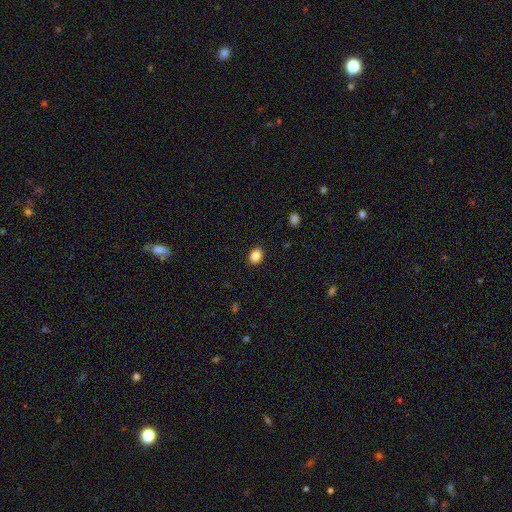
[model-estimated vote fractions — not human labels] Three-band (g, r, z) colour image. It shows a smooth galaxy with no disk features (86%) that is in between round and cigar-shaped (63%). Merging: none (90%).